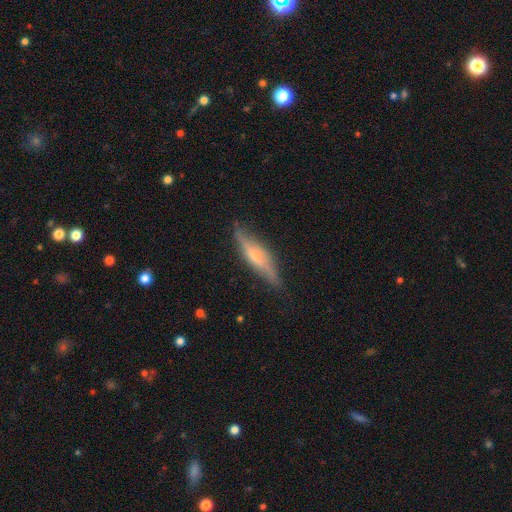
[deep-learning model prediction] smooth-or-featured: featured or disk: 65% | smooth: 29% | star or artifact: 6%
  disk-edge-on: yes: 87% | no: 13%
    edge-on-bulge: rounded: 74% | none: 13% | boxy: 13%
  merging: none: 79% | minor disturbance: 16% | major disturbance: 3% | merger: 1%